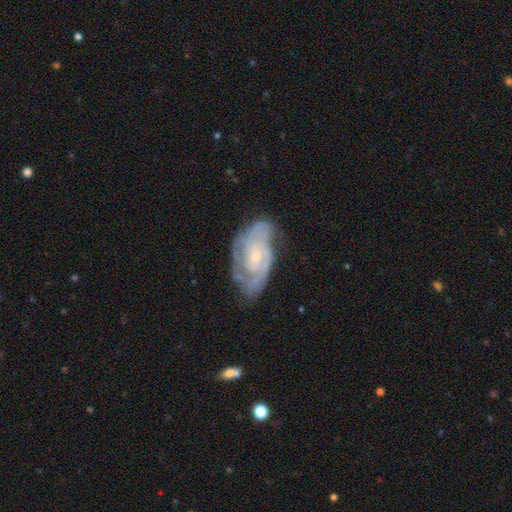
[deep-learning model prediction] Smooth or featured? featured or disk (83%)
Edge-on disk? no (96%)
Bar? no (65%)
Spiral arms? yes (94%)
Spiral winding? tight (59%)
Spiral arm count? 2 (34%)
Bulge size? small (69%)
Merging? none (65%)